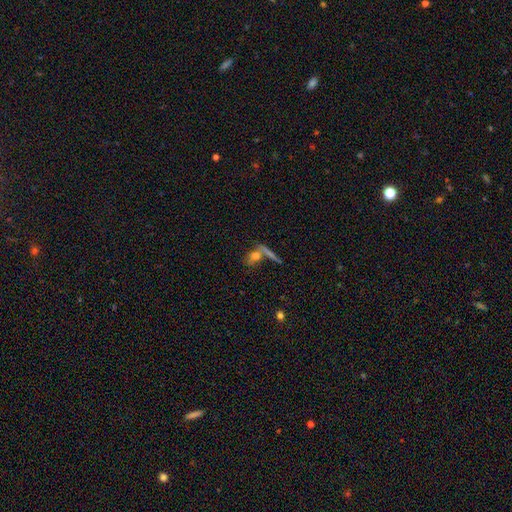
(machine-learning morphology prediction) smooth-or-featured: smooth: 62% | featured or disk: 25% | star or artifact: 13%
  how-rounded: in between: 46% | round: 28% | cigar-shaped: 26%
  merging: none: 48% | merger: 34% | minor disturbance: 11% | major disturbance: 7%